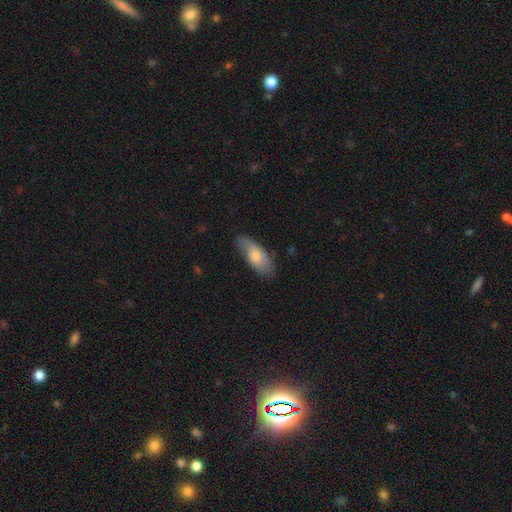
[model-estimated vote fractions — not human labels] smooth_or_featured: smooth (p=0.70) [alt: featured or disk p=0.24]
how_rounded: in between (p=0.79) [alt: cigar-shaped p=0.19]
merging: none (p=0.69) [alt: minor disturbance p=0.24]